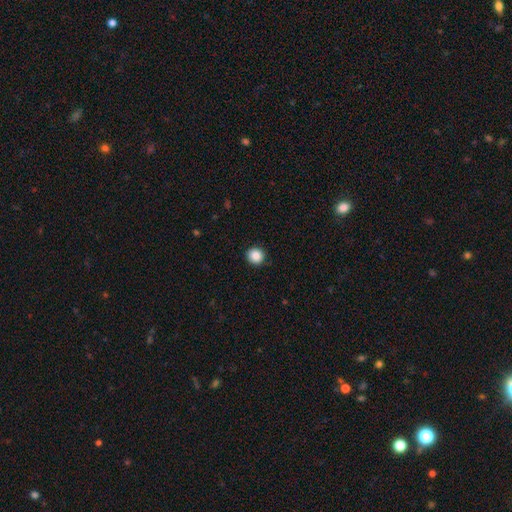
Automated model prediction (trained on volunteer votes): Morphology: type=smooth (87%); roundness=round (92%); merging=none (91%).